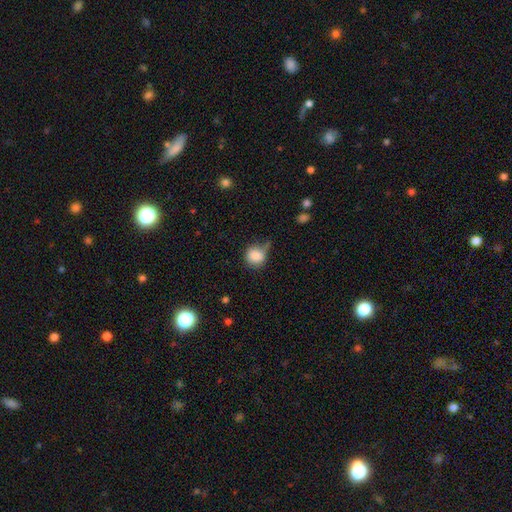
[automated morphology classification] A smooth galaxy with no disk features (83%) that is round (81%). Merging: none (47%).